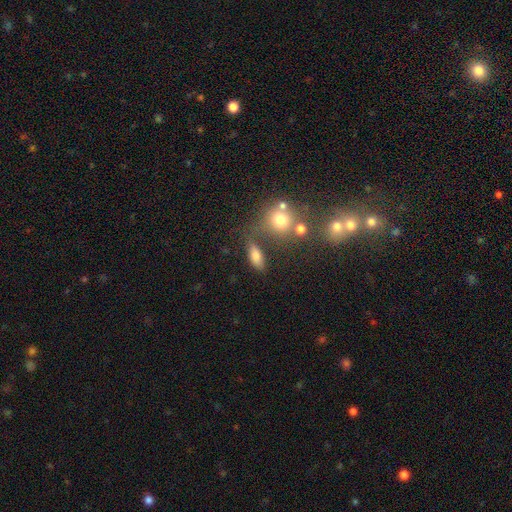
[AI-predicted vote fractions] Q: Smooth or featured?
A: smooth (75%); runner-up: star or artifact (13%)
Q: How rounded?
A: in between (76%); runner-up: cigar-shaped (14%)
Q: Merging?
A: none (64%); runner-up: minor disturbance (15%)